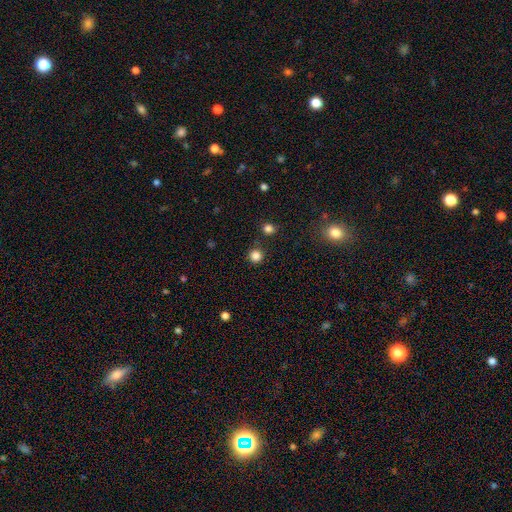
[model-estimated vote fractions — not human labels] Q: Smooth or featured?
A: smooth (82%); runner-up: star or artifact (14%)
Q: How rounded?
A: round (95%); runner-up: in between (4%)
Q: Merging?
A: none (87%); runner-up: minor disturbance (7%)